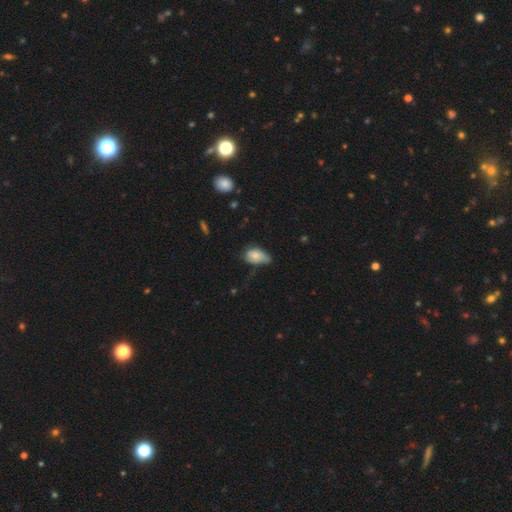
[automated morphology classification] Q: Smooth or featured?
A: smooth (76%); runner-up: featured or disk (17%)
Q: How rounded?
A: in between (89%); runner-up: round (9%)
Q: Merging?
A: minor disturbance (49%); runner-up: none (31%)